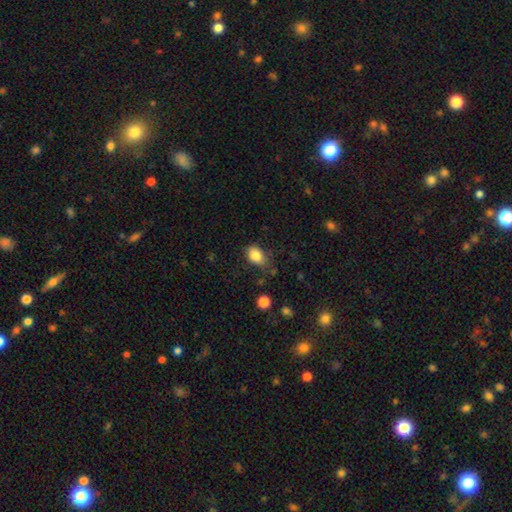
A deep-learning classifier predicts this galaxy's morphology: This appears to be a smooth galaxy with no disk features (85%) that is in between round and cigar-shaped (81%). Merging: none (68%).